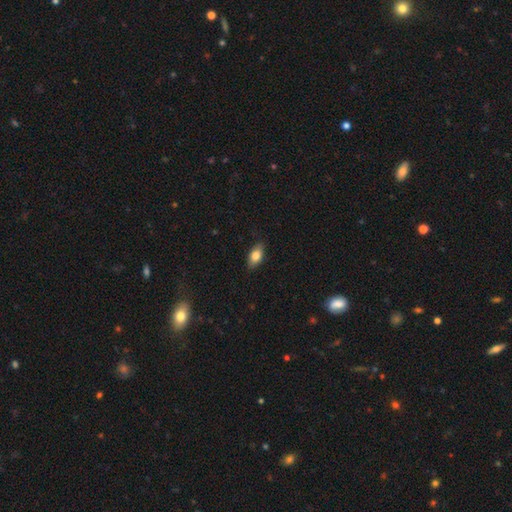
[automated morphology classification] Smooth or featured? smooth (79%)
How rounded? in between (88%)
Merging? none (84%)